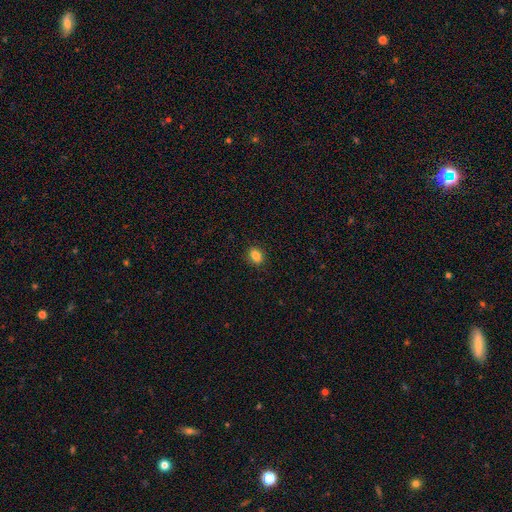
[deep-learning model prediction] A smooth galaxy with no disk features (85%) that is in between round and cigar-shaped (63%). Merging: none (88%).